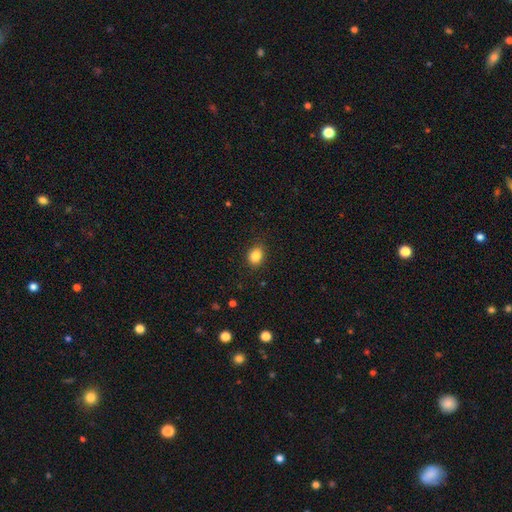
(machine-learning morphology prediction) This appears to be a smooth galaxy with no disk features (86%) that is in between round and cigar-shaped (58%). Merging: none (83%).